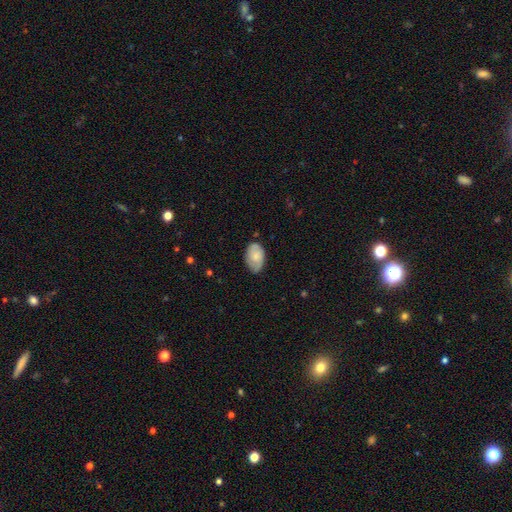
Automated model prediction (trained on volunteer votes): The model was most divided on "smooth or featured": smooth: 68%, featured or disk: 26%, star or artifact: 6%. More confident: how rounded — in between (90%); merging — none (74%).